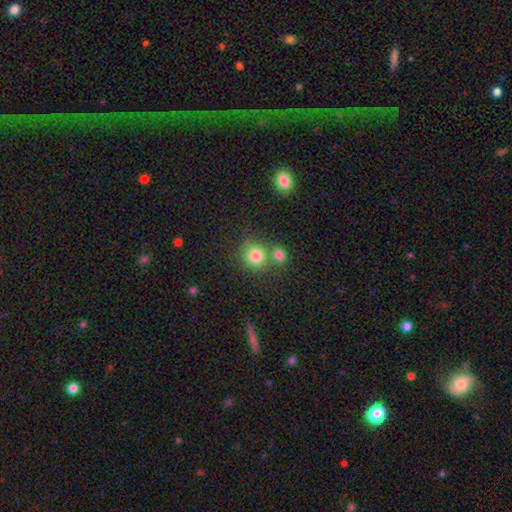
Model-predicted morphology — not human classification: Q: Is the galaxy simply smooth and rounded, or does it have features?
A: smooth — 81%.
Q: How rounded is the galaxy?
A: round — 90%.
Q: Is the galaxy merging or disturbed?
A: none — 60%.